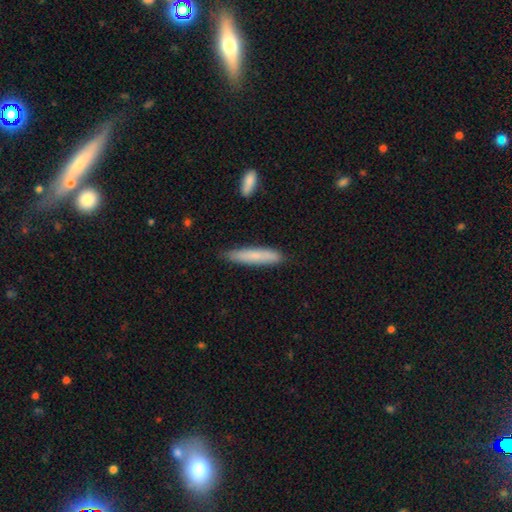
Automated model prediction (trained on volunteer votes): Smooth or featured? Predicted: smooth (p=0.78). How rounded? Predicted: cigar-shaped (p=0.90). Merging? Predicted: none (p=0.83).